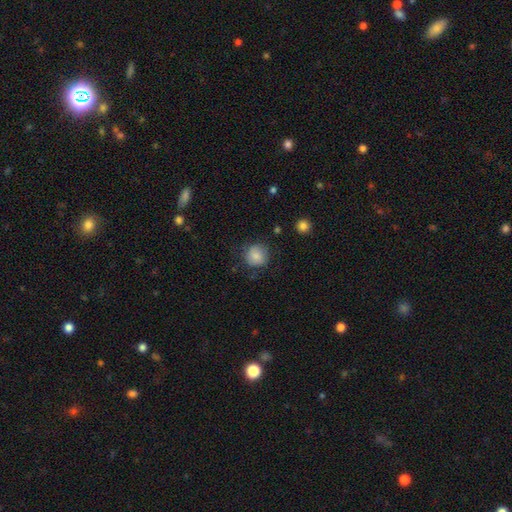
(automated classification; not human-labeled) Overall: smooth (82%). How rounded: round (90%). Merging: none (76%).